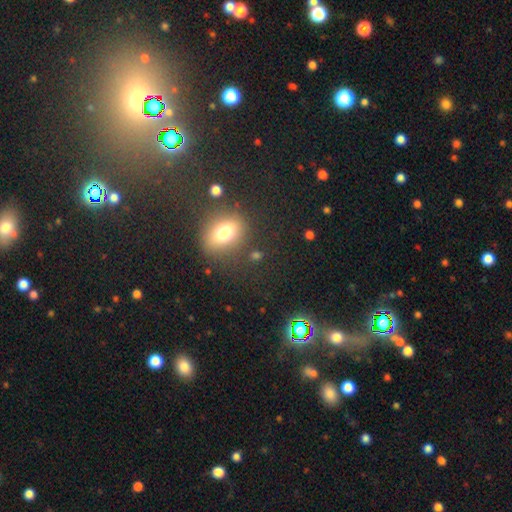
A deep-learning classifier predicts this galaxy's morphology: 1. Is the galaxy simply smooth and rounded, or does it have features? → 62% smooth, 23% star or artifact, 15% featured or disk.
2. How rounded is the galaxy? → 58% in between, 35% round, 6% cigar-shaped.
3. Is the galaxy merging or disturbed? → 77% none, 12% minor disturbance, 5% major disturbance, 5% merger.